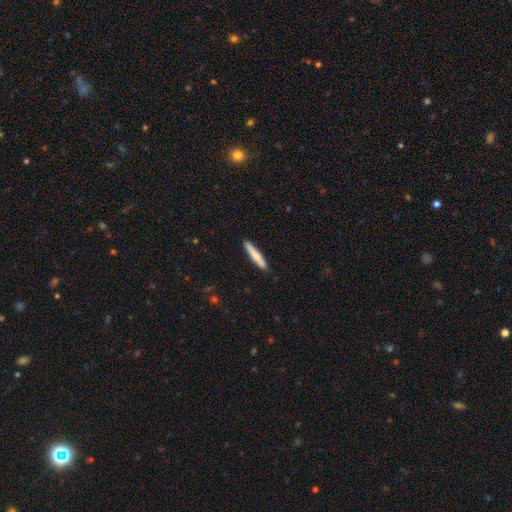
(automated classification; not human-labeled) Smooth or featured? smooth (69%)
How rounded? cigar-shaped (93%)
Merging? none (88%)